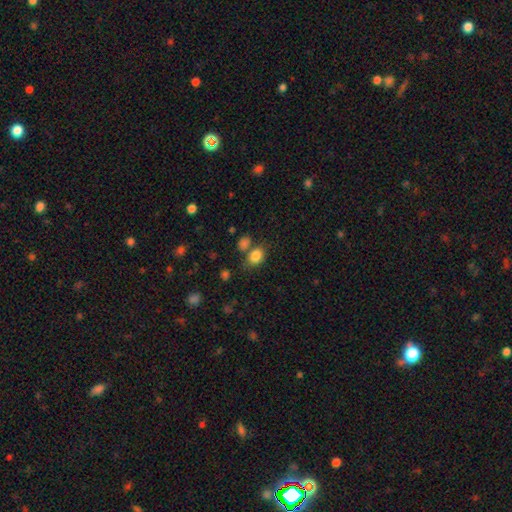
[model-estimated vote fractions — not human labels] The model was most divided on "how rounded": in between: 65%, round: 34%, cigar-shaped: 1%. More confident: smooth or featured — smooth (84%); merging — none (62%).